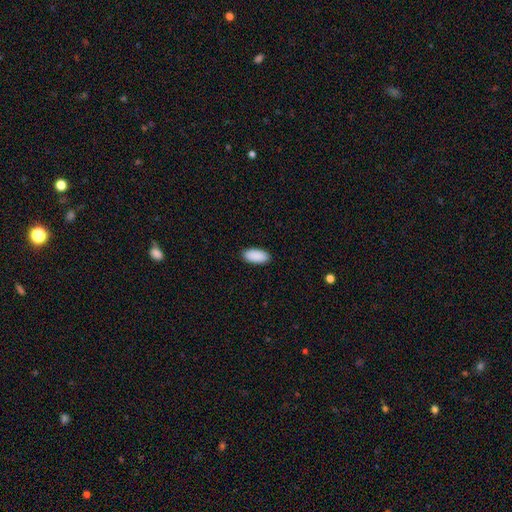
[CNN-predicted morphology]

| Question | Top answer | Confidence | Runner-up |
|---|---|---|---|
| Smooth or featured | smooth | 92% | star or artifact (6%) |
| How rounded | in between | 94% | cigar-shaped (4%) |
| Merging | none | 90% | minor disturbance (7%) |